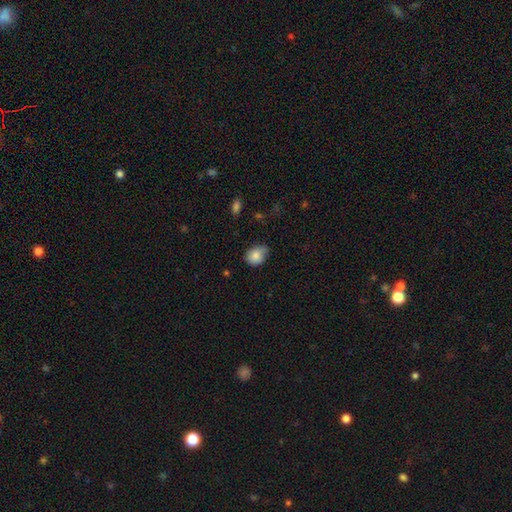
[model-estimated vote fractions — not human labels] Morphology: type=smooth (82%); roundness=round (50%); merging=none (54%).